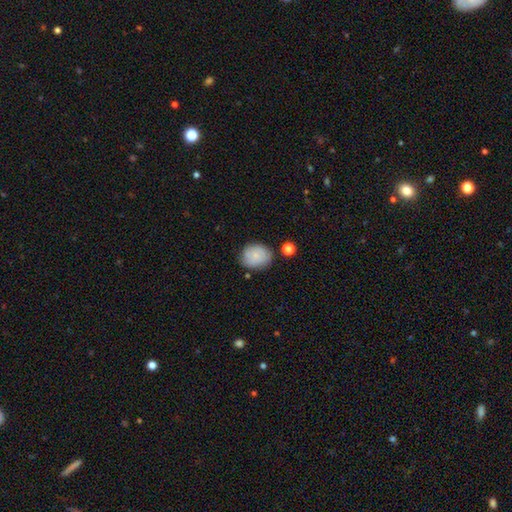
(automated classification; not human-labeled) Smooth or featured? Predicted: smooth (p=0.73). How rounded? Predicted: round (p=0.54). Merging? Predicted: none (p=0.72).